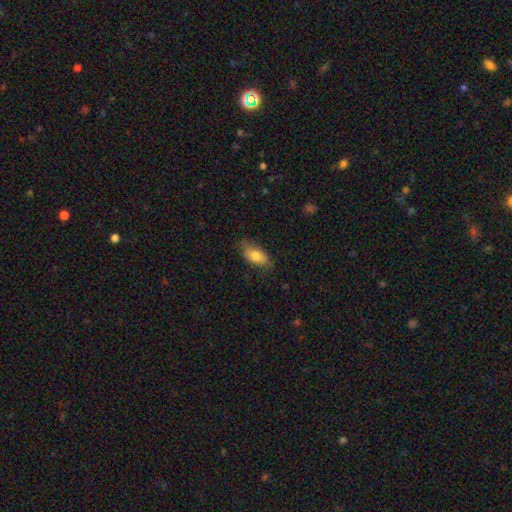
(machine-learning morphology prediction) Smooth or featured?
  - smooth: 75% *
  - featured or disk: 18%
  - star or artifact: 7%
How rounded?
  - in between: 88% *
  - cigar-shaped: 9%
  - round: 4%
Merging?
  - none: 74% *
  - minor disturbance: 20%
  - major disturbance: 4%
  - merger: 1%